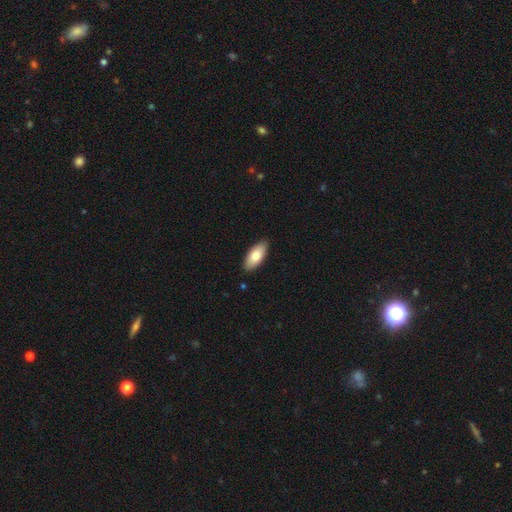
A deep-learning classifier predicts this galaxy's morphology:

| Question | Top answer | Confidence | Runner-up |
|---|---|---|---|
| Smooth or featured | smooth | 78% | featured or disk (16%) |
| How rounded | in between | 88% | cigar-shaped (10%) |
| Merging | none | 88% | minor disturbance (9%) |